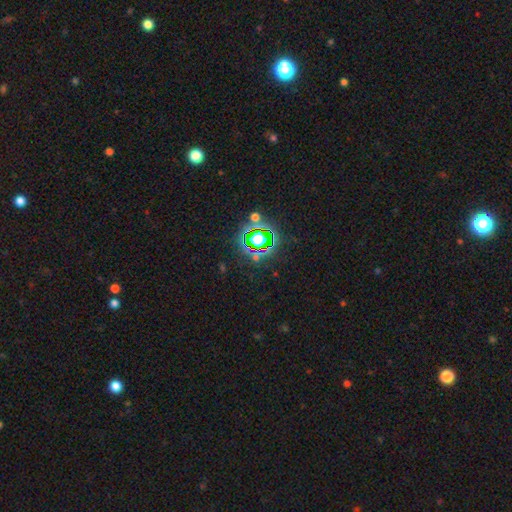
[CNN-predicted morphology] type=star or artifact (75%).